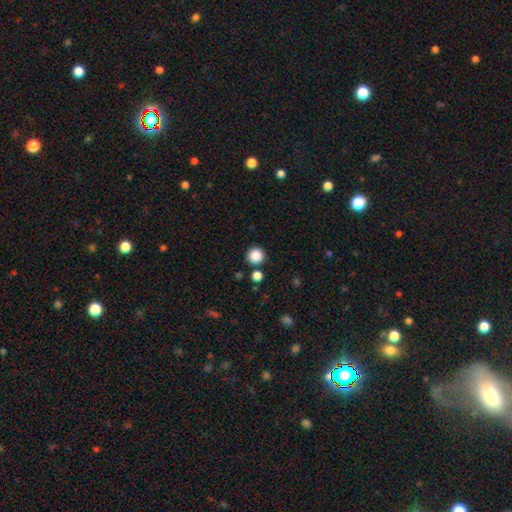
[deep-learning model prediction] A smooth galaxy with no disk features (86%) that is round (95%). Merging: none (86%).